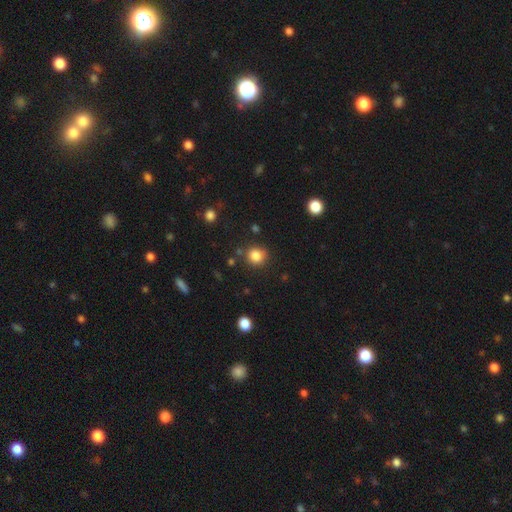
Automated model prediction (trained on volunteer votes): smooth-or-featured: smooth: 84% | star or artifact: 12% | featured or disk: 5%
  how-rounded: round: 88% | in between: 11% | cigar-shaped: 1%
  merging: none: 83% | minor disturbance: 10% | merger: 4% | major disturbance: 3%